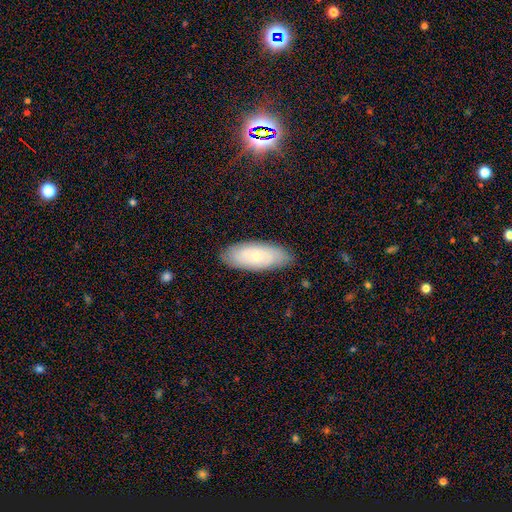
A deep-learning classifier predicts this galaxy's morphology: smooth-or-featured: smooth: 56% | featured or disk: 36% | star or artifact: 8%
  how-rounded: in between: 77% | cigar-shaped: 21% | round: 2%
  merging: none: 83% | minor disturbance: 13% | major disturbance: 2% | merger: 1%